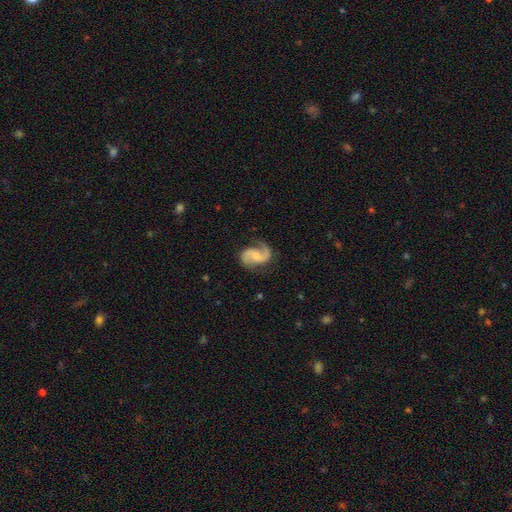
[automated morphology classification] This is clearly a featured or disk galaxy (89%). It is clearly not viewed edge-on (98%). Bar: possibly no (47%). Spiral arm pattern: clearly yes (98%). Spiral arm count: clearly 2 (92%). Spiral winding: possibly medium (52%). Central bulge: marginally small (38%). Merging: likely none (76%).